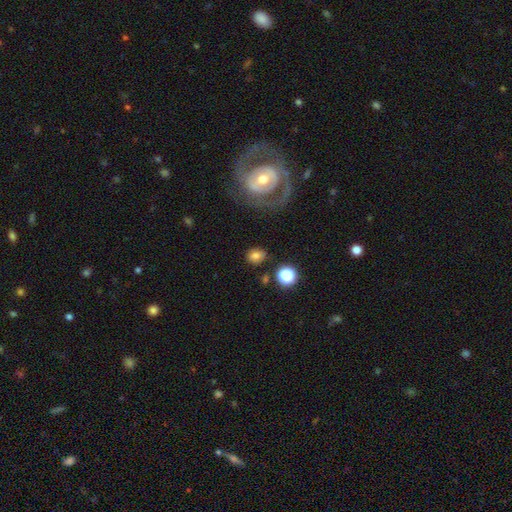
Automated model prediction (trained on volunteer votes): A smooth galaxy with no disk features (73%) that is round (63%). Merging: none (79%).